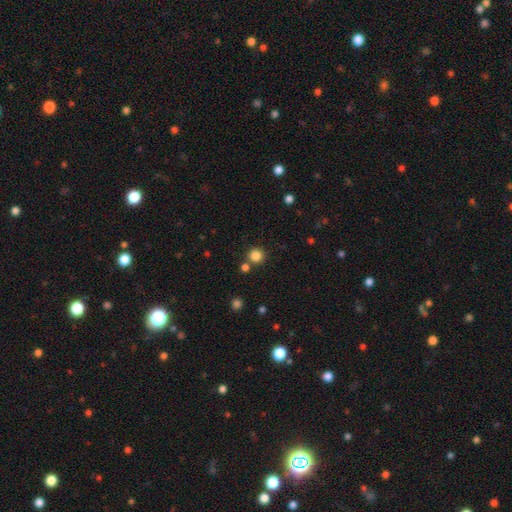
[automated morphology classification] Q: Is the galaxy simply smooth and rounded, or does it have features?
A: smooth — 83%.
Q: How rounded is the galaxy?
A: round — 93%.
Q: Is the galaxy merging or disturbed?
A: none — 78%.